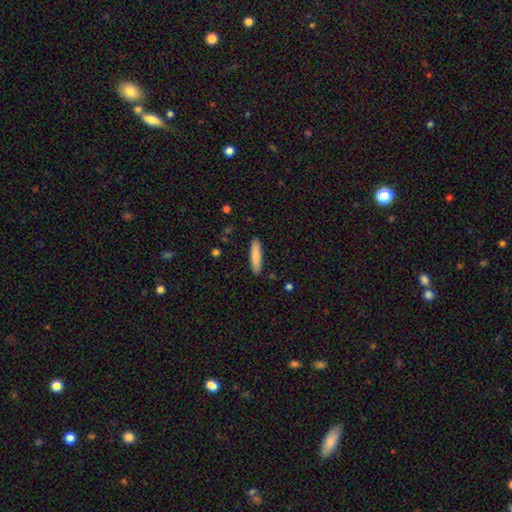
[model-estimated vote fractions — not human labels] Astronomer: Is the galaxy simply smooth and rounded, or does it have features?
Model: smooth — 82%.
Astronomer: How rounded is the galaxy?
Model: cigar-shaped — 80%.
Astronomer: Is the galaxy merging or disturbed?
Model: none — 90%.